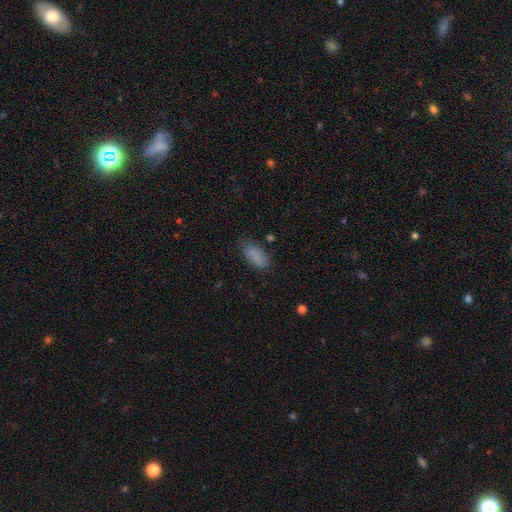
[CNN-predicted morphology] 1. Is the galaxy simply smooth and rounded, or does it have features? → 86% smooth, 9% star or artifact, 5% featured or disk.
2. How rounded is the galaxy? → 87% in between, 11% cigar-shaped, 3% round.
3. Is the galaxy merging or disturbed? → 75% none, 18% minor disturbance, 5% major disturbance, 2% merger.